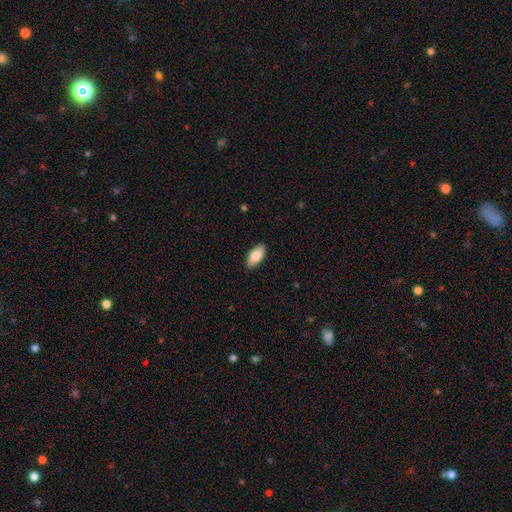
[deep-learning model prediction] A smooth galaxy with no disk features (83%) that is in between round and cigar-shaped (90%).

Vote fractions:
- Smooth or featured? smooth: 83% / featured or disk: 11% / star or artifact: 6%
- How rounded? in between: 90% / cigar-shaped: 8% / round: 2%
- Merging? none: 88% / minor disturbance: 9% / major disturbance: 2% / merger: 1%